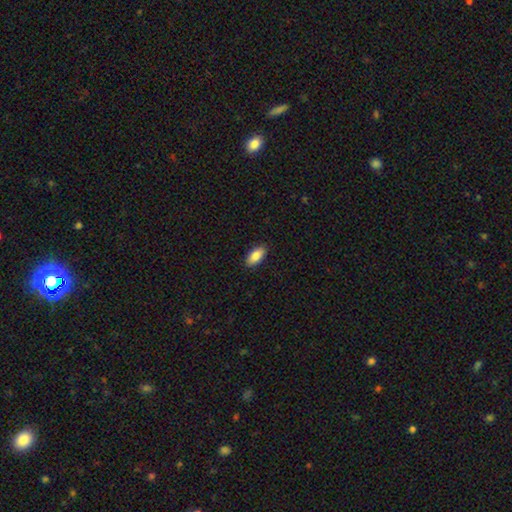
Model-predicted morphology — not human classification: A smooth galaxy with no disk features (86%) that is in between round and cigar-shaped (91%). Merging: none (89%).